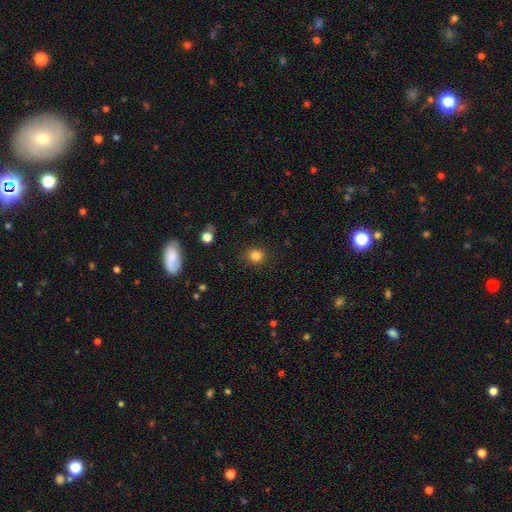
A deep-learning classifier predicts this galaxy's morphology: type=smooth (82%); roundness=round (87%); merging=none (87%).